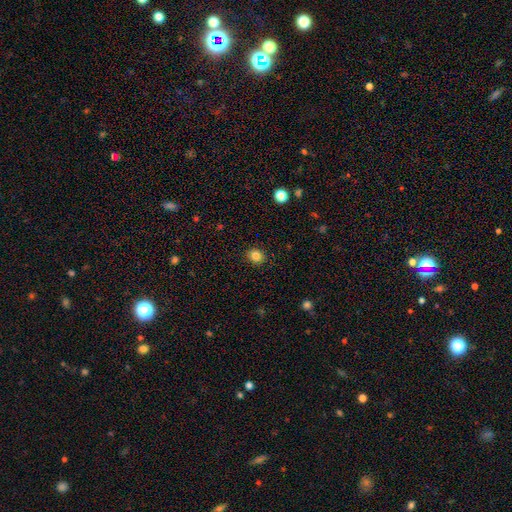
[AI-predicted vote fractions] smooth 84%, star or artifact 11%, featured or disk 5%. Down the decision tree: how rounded — round (68%); merging — none (89%).